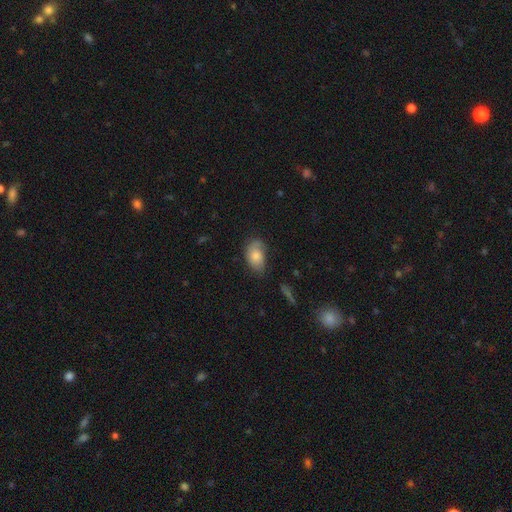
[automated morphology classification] The model was most divided on "merging": none: 52%, minor disturbance: 33%, major disturbance: 13%, merger: 2%. More confident: how rounded — in between (88%); smooth or featured — smooth (65%).